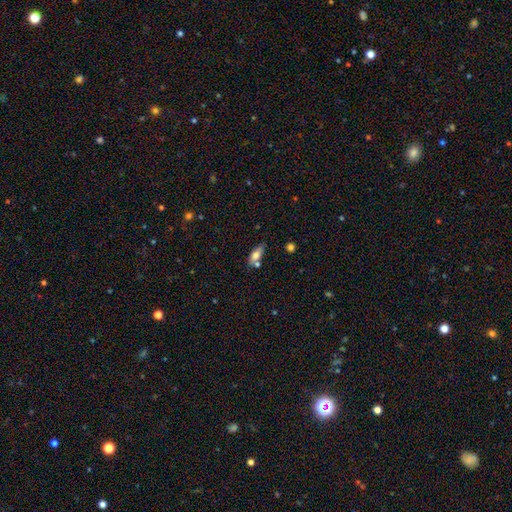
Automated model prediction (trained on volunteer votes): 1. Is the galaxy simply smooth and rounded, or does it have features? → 67% smooth, 25% featured or disk, 8% star or artifact.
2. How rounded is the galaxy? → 73% in between, 23% cigar-shaped, 4% round.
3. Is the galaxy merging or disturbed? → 59% none, 18% merger, 18% minor disturbance, 5% major disturbance.